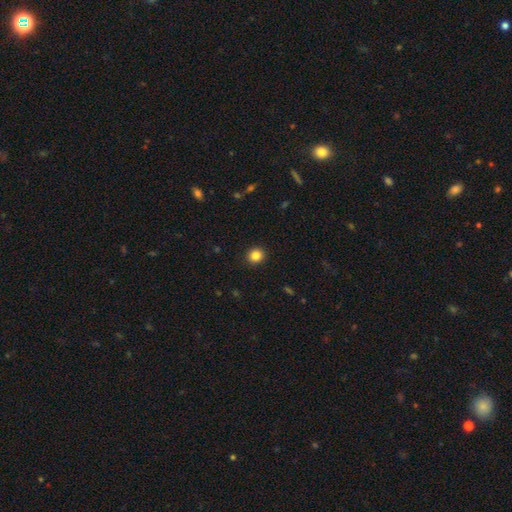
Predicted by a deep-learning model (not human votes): This appears to be a smooth galaxy with no disk features (84%) that is round (89%). Merging: none (92%).